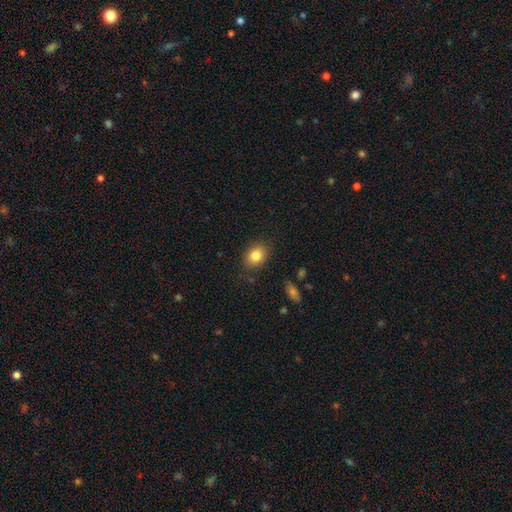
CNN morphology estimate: A smooth galaxy with no disk features (82%) that is in between round and cigar-shaped (62%). Merging: none (84%).